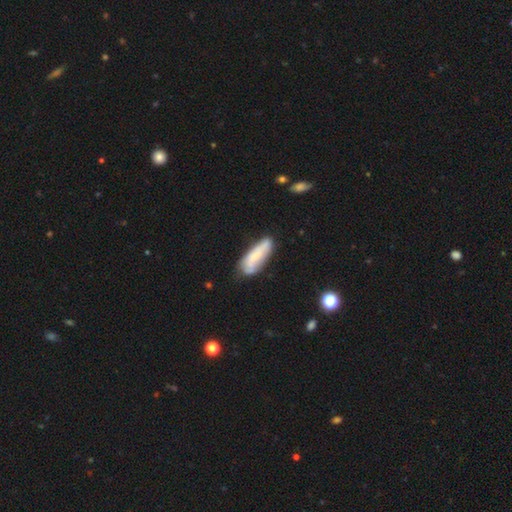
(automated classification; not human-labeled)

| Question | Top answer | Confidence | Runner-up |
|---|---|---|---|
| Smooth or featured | smooth | 65% | featured or disk (28%) |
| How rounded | in between | 58% | cigar-shaped (40%) |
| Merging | none | 56% | minor disturbance (29%) |